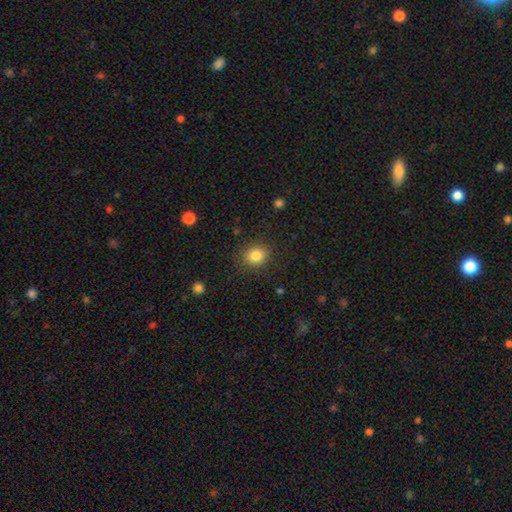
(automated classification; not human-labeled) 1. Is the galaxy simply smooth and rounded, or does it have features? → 83% smooth, 11% star or artifact, 6% featured or disk.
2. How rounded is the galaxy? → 77% round, 22% in between, 1% cigar-shaped.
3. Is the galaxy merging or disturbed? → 85% none, 10% minor disturbance, 4% major disturbance, 1% merger.